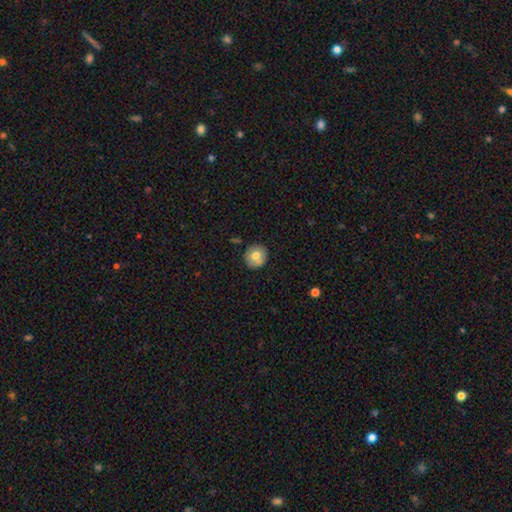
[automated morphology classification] smooth 69%, featured or disk 22%, star or artifact 8%. Down the decision tree: how rounded — round (90%); merging — none (79%).